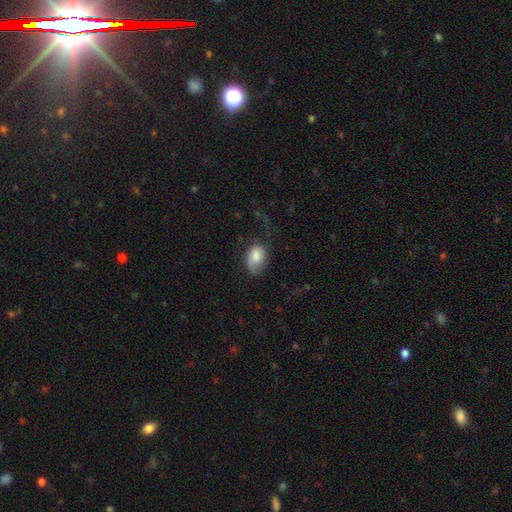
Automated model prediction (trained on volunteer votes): Morphology: type=smooth (72%); roundness=in between (84%); merging=none (40%).